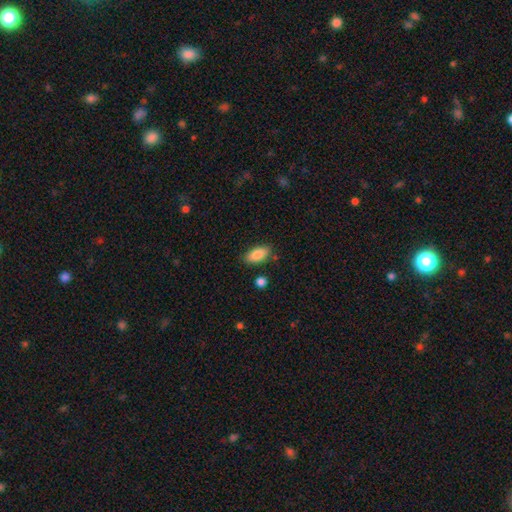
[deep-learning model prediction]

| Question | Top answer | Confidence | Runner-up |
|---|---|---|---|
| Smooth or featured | smooth | 87% | star or artifact (7%) |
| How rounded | in between | 88% | cigar-shaped (9%) |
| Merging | none | 83% | minor disturbance (12%) |